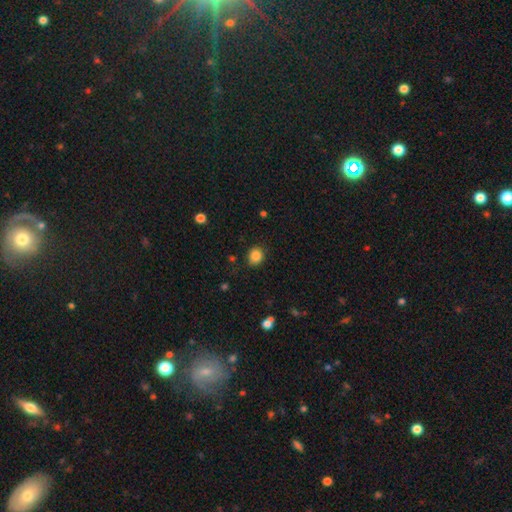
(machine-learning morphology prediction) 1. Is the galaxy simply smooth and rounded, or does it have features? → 86% smooth, 10% star or artifact, 4% featured or disk.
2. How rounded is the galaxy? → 71% round, 28% in between, 1% cigar-shaped.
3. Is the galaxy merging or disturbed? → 83% none, 12% minor disturbance, 3% major disturbance, 1% merger.